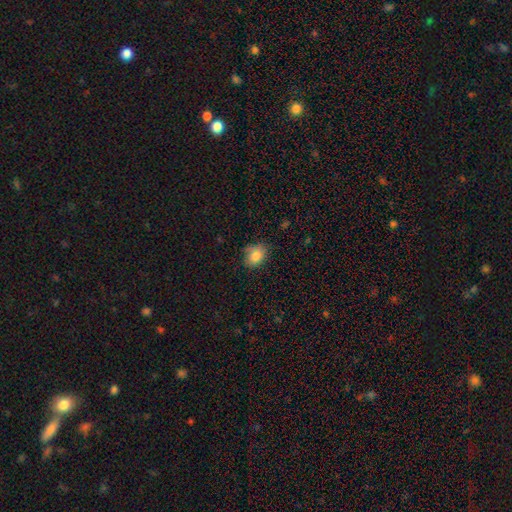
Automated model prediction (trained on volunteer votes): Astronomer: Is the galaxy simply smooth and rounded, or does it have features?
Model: smooth — 84%.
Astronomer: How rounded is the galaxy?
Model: in between — 64%.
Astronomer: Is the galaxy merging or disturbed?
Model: none — 71%.